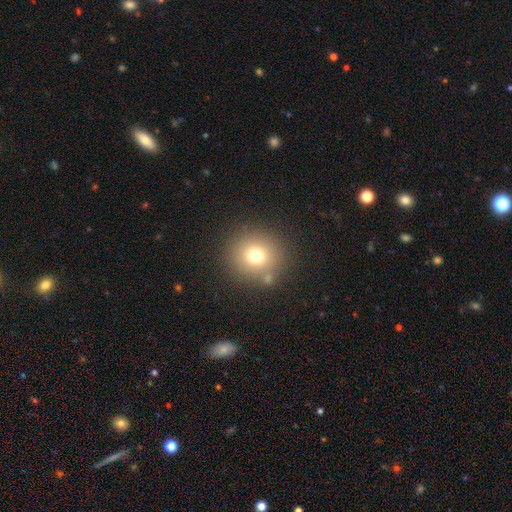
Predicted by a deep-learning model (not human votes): smooth 73%, star or artifact 16%, featured or disk 11%. Down the decision tree: how rounded — round (90%); merging — none (82%).